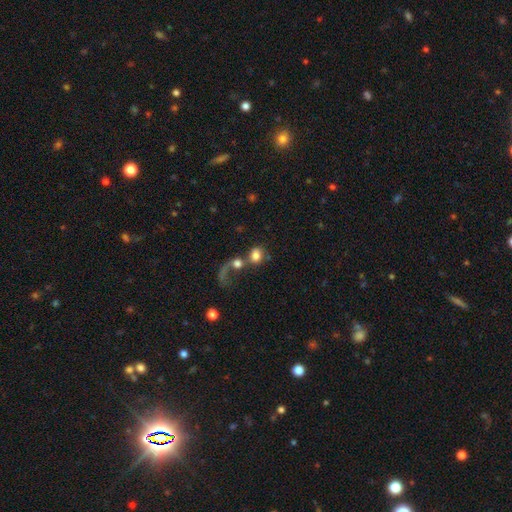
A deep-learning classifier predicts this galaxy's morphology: This is likely a smooth galaxy (72%). How rounded: likely round (60%). Merging: possibly merger (50%).